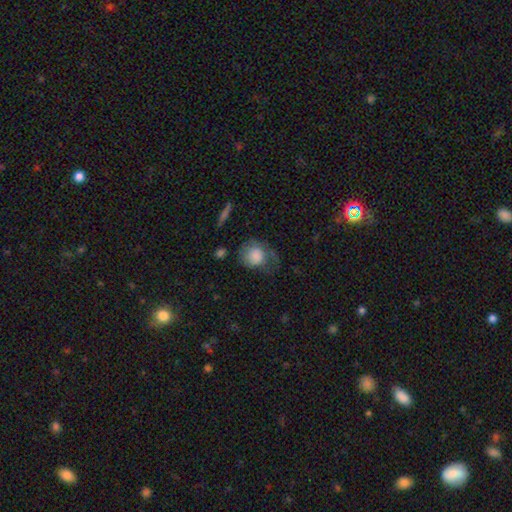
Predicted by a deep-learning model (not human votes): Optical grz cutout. It shows a smooth galaxy with no disk features (76%) that is round (71%). Merging: major disturbance (37%).